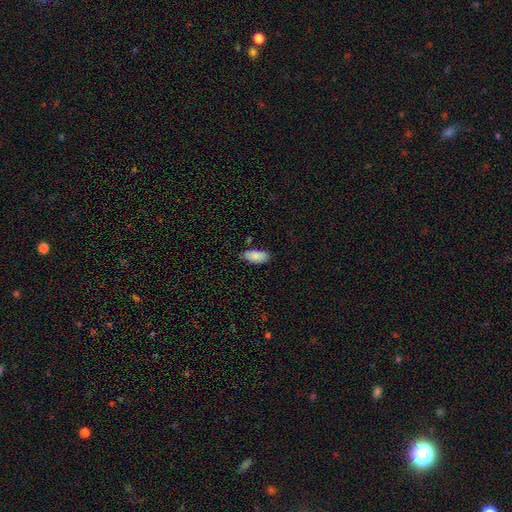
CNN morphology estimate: Smooth or featured?
  - smooth: 88% *
  - star or artifact: 6%
  - featured or disk: 6%
How rounded?
  - in between: 89% *
  - cigar-shaped: 9%
  - round: 2%
Merging?
  - none: 76% *
  - minor disturbance: 18%
  - major disturbance: 3%
  - merger: 3%